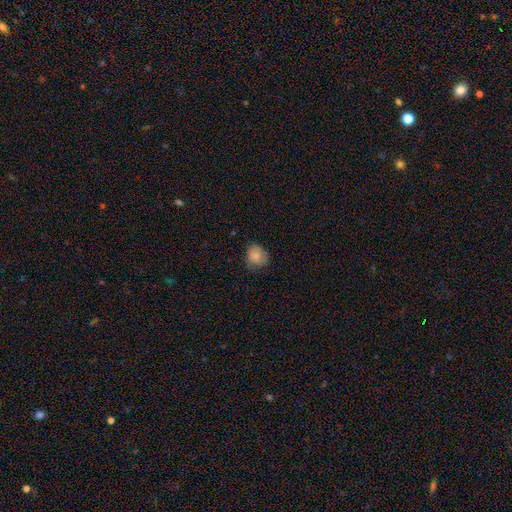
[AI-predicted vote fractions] Overall: smooth (84%). How rounded: round (67%; in between 32%). Merging: none (69%).